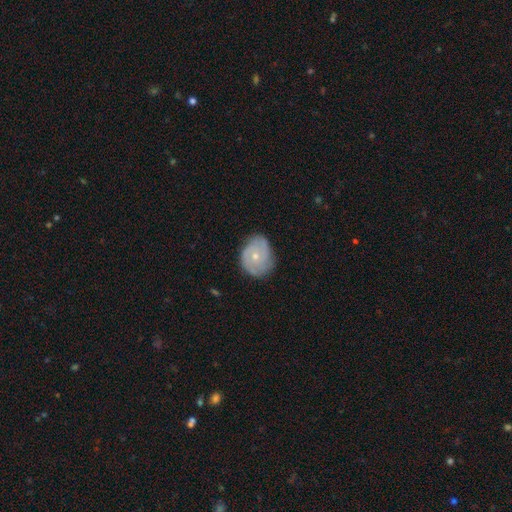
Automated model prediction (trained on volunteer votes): This appears to be a featured or disk galaxy (58%) with no bar (84%), spiral arms (78%) and a small central bulge (58%). Merging: none (69%).